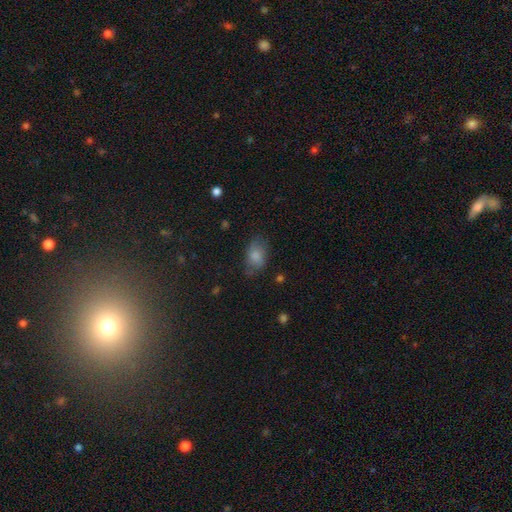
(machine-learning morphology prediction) A smooth galaxy with no disk features (80%) that is in between round and cigar-shaped (86%).

Vote fractions:
- Smooth or featured? smooth: 80% / featured or disk: 12% / star or artifact: 9%
- How rounded? in between: 86% / round: 12% / cigar-shaped: 2%
- Merging? none: 66% / minor disturbance: 24% / major disturbance: 8% / merger: 2%